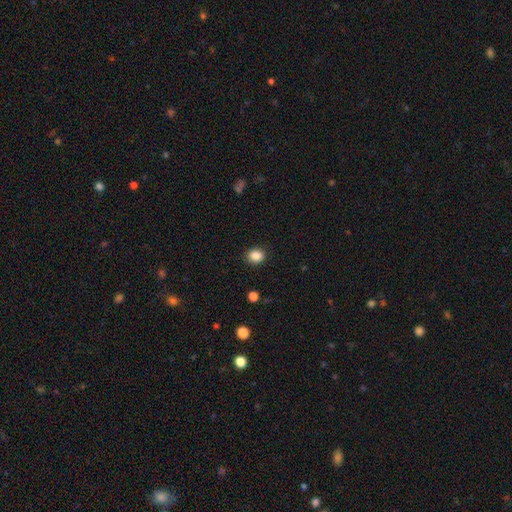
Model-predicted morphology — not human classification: smooth_or_featured: smooth (p=0.87) [alt: star or artifact p=0.10]
how_rounded: round (p=0.69) [alt: in between p=0.30]
merging: none (p=0.89) [alt: minor disturbance p=0.07]